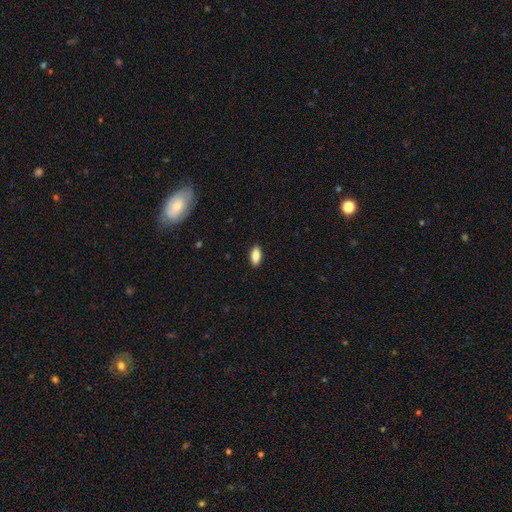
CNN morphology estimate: A smooth galaxy with no disk features (83%) that is in between round and cigar-shaped (86%).

Vote fractions:
- Smooth or featured? smooth: 83% / featured or disk: 10% / star or artifact: 7%
- How rounded? in between: 86% / cigar-shaped: 11% / round: 3%
- Merging? none: 90% / minor disturbance: 7% / major disturbance: 2% / merger: 1%